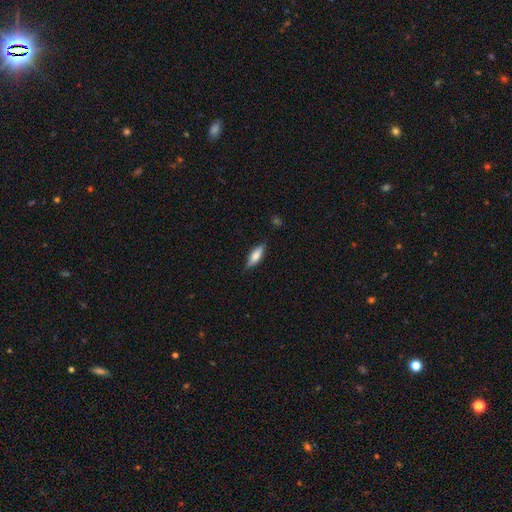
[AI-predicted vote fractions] smooth 72%, featured or disk 21%, star or artifact 6%. Down the decision tree: how rounded — in between (60%); merging — none (80%).